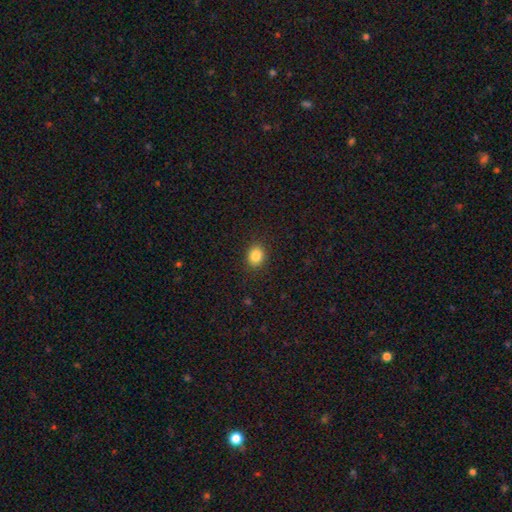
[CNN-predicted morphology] Smooth or featured? smooth (86%)
How rounded? round (60%)
Merging? none (89%)